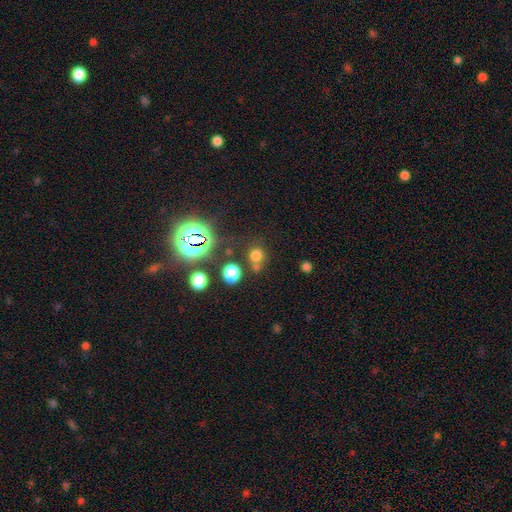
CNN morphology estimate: This appears to be a smooth galaxy with no disk features (65%) that is round (84%). Merging: none (62%).